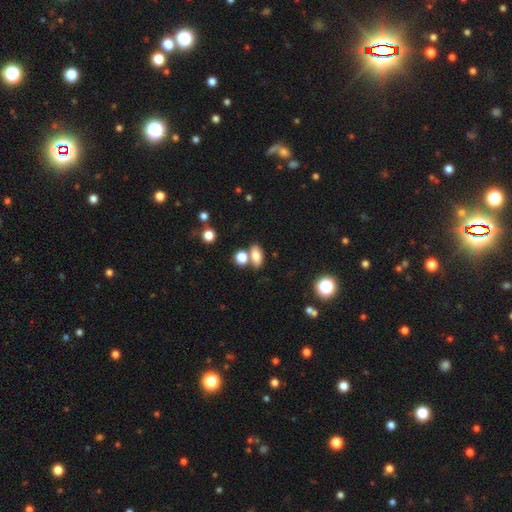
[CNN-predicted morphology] smooth 78%, star or artifact 11%, featured or disk 11%. Down the decision tree: how rounded — in between (82%); merging — none (61%).